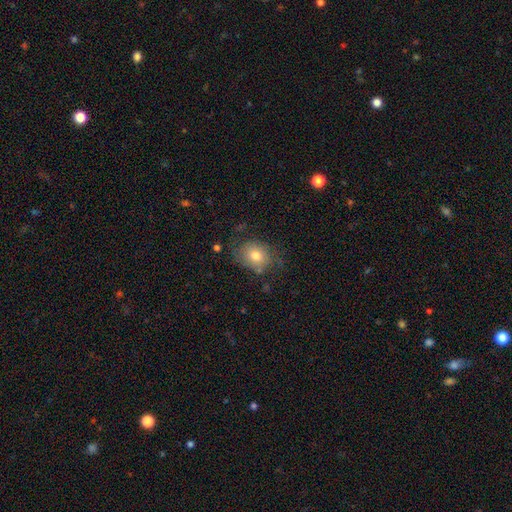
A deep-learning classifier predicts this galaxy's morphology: Smooth or featured? Predicted: smooth (p=0.71). How rounded? Predicted: round (p=0.53). Merging? Predicted: none (p=0.60).